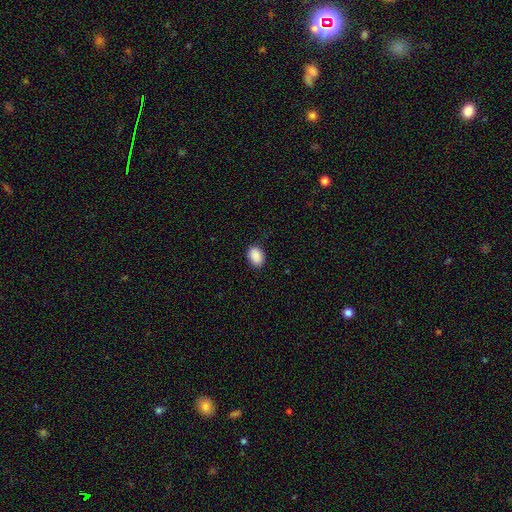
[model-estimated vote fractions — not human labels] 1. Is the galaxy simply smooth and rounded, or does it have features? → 90% smooth, 7% star or artifact, 3% featured or disk.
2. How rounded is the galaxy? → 83% in between, 16% round, 1% cigar-shaped.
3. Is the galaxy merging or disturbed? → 88% none, 9% minor disturbance, 2% major disturbance, 1% merger.